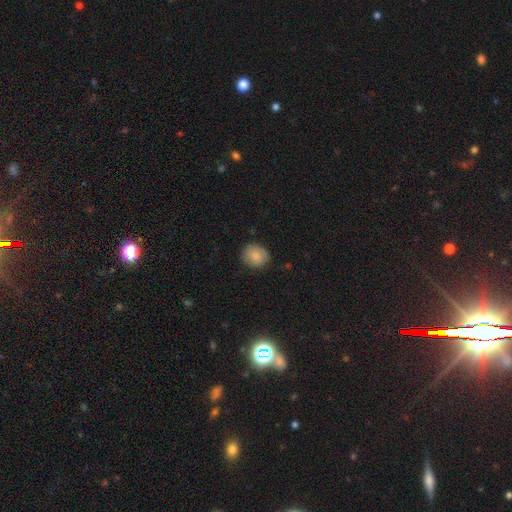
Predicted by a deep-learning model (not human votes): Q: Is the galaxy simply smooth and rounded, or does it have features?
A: smooth — 86%.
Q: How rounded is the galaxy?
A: round — 78%.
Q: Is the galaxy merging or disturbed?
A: none — 81%.